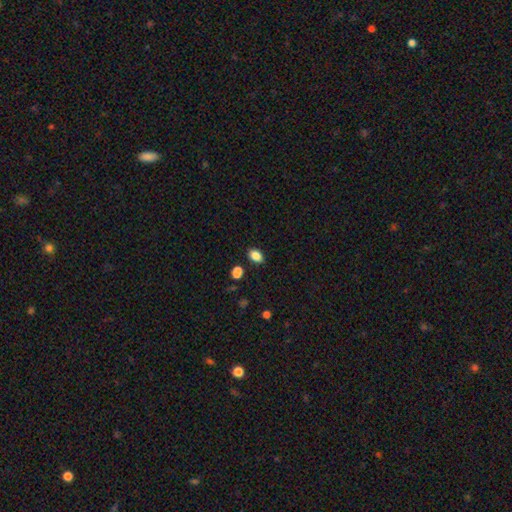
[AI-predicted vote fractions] Smooth or featured?
  - smooth: 86% *
  - star or artifact: 10%
  - featured or disk: 4%
How rounded?
  - in between: 82% *
  - round: 16%
  - cigar-shaped: 1%
Merging?
  - none: 85% *
  - minor disturbance: 10%
  - merger: 3%
  - major disturbance: 2%